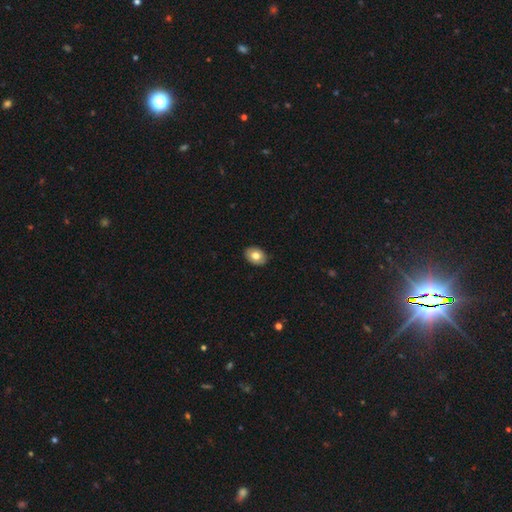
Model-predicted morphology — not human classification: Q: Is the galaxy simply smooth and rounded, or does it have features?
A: smooth — 74%.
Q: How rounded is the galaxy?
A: in between — 76%.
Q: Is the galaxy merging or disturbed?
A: none — 88%.